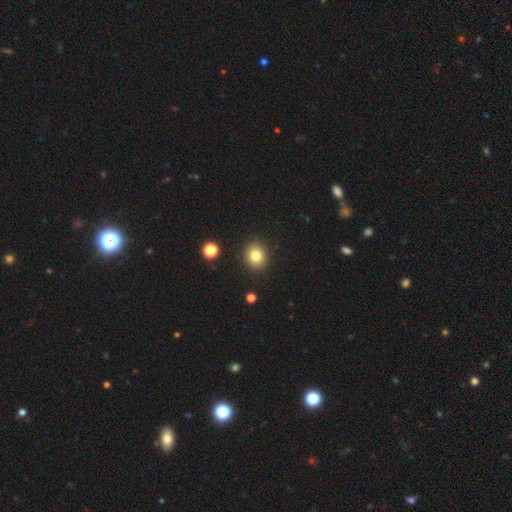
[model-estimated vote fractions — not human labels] Smooth or featured? smooth (81%)
How rounded? round (74%)
Merging? none (89%)